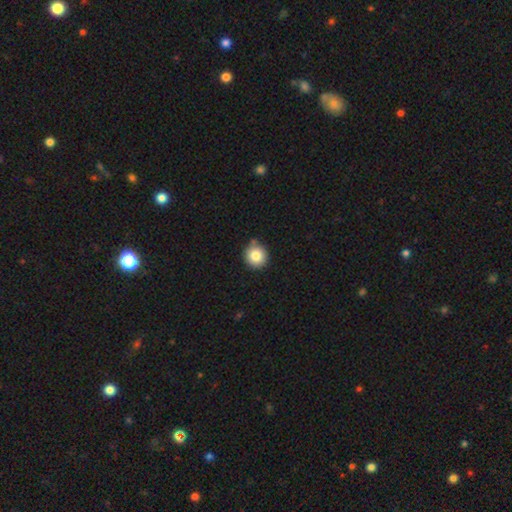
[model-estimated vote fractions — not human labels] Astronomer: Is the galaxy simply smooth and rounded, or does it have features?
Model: smooth — 84%.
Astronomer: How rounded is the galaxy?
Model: round — 94%.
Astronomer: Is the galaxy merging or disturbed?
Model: none — 81%.